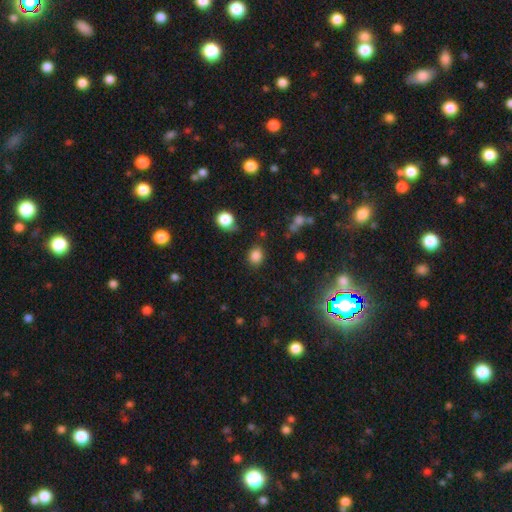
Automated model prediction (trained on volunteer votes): smooth-or-featured: smooth: 83% | star or artifact: 12% | featured or disk: 4%
  how-rounded: round: 73% | in between: 26% | cigar-shaped: 1%
  merging: none: 82% | minor disturbance: 12% | major disturbance: 3% | merger: 3%